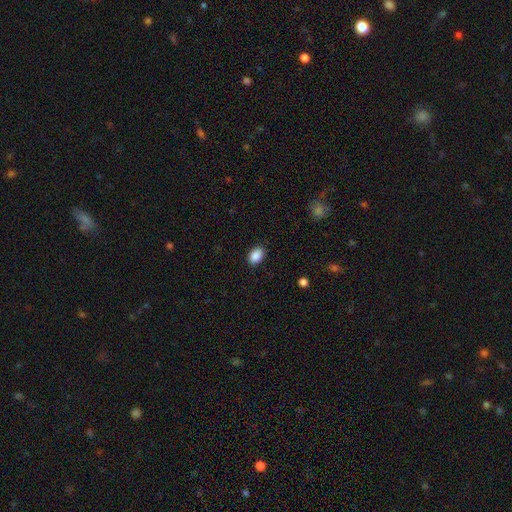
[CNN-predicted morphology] A smooth galaxy with no disk features (89%) that is in between round and cigar-shaped (82%). Merging: none (87%).